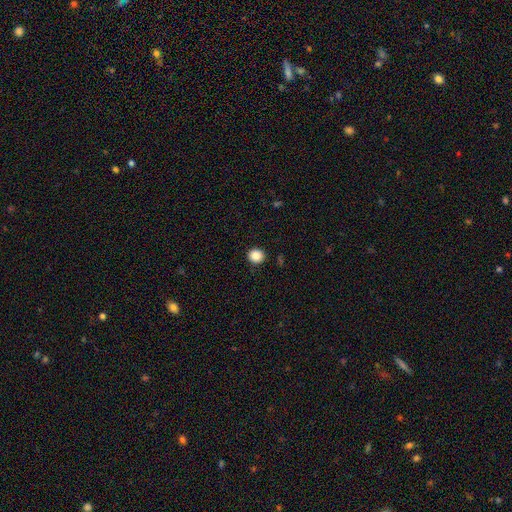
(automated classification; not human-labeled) Overall: smooth (88%). How rounded: round (88%). Merging: none (90%).